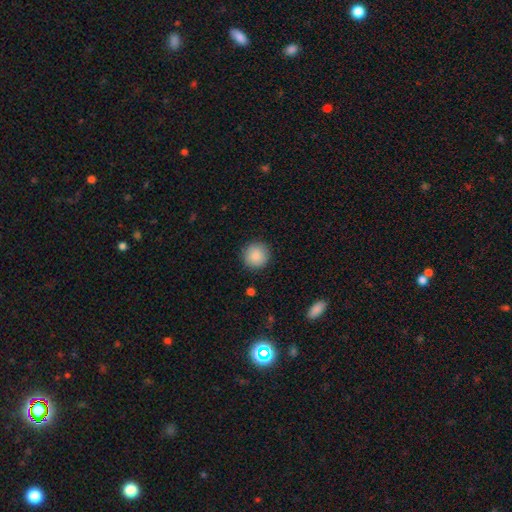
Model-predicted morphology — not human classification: smooth 87%, star or artifact 8%, featured or disk 5%. Down the decision tree: how rounded — round (94%); merging — none (90%).